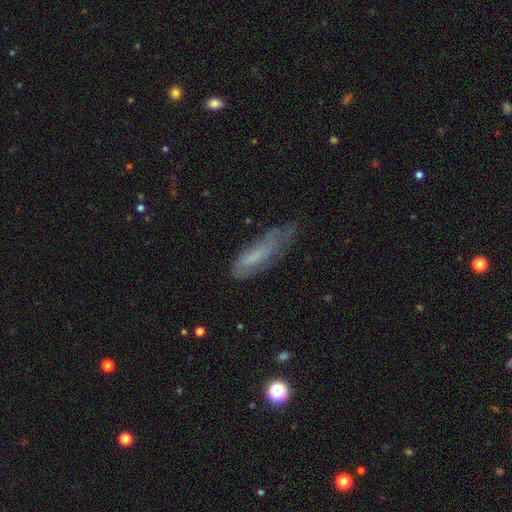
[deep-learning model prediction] smooth 55%, featured or disk 36%, star or artifact 9%. Down the decision tree: how rounded — cigar-shaped (54%); merging — none (45%).